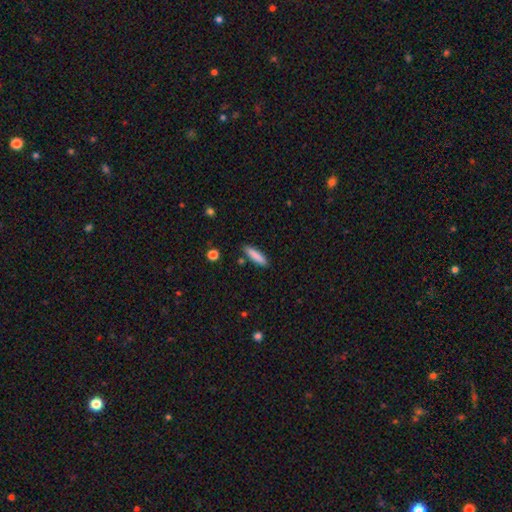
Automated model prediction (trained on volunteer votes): This appears to be a smooth galaxy with no disk features (85%) that is cigar-shaped (75%). Merging: none (84%).